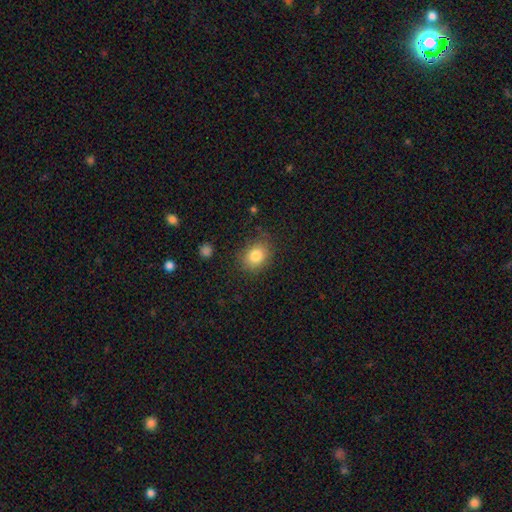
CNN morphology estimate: smooth 83%, star or artifact 9%, featured or disk 8%. Down the decision tree: how rounded — in between (55%); merging — none (80%).